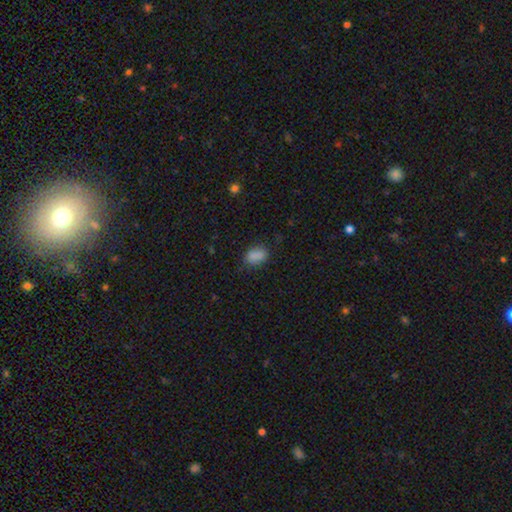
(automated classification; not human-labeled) Morphology: type=smooth (84%); roundness=in between (83%); merging=none (76%).